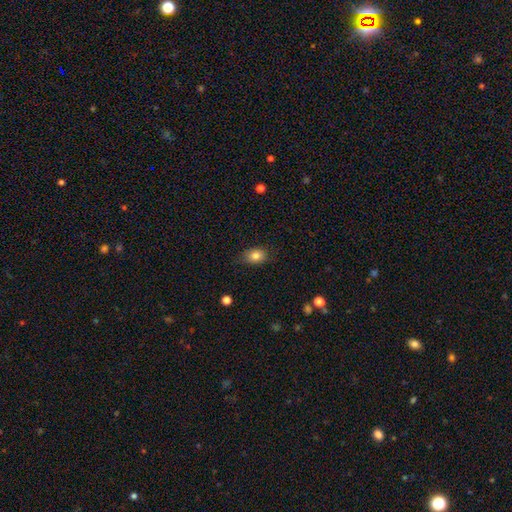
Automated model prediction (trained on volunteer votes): Overall: smooth (83%). How rounded: in between (72%). Merging: none (76%).